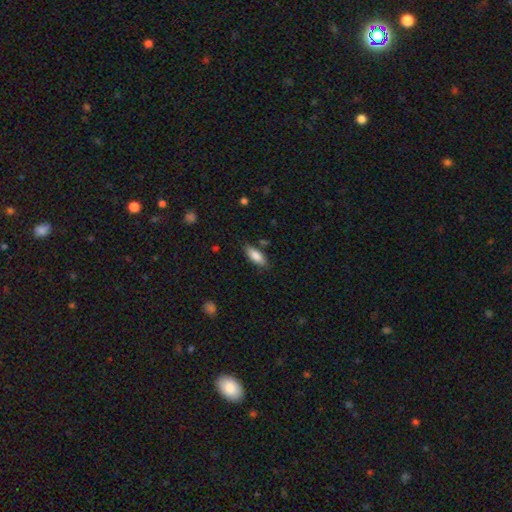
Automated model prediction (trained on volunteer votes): A smooth galaxy with no disk features (84%) that is in between round and cigar-shaped (76%). Merging: none (81%).